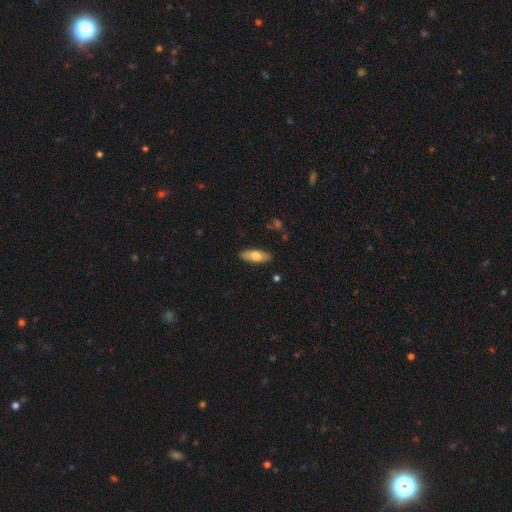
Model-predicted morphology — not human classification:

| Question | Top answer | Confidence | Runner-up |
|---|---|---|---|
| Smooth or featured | smooth | 73% | featured or disk (21%) |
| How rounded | in between | 77% | cigar-shaped (20%) |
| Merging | none | 87% | minor disturbance (10%) |